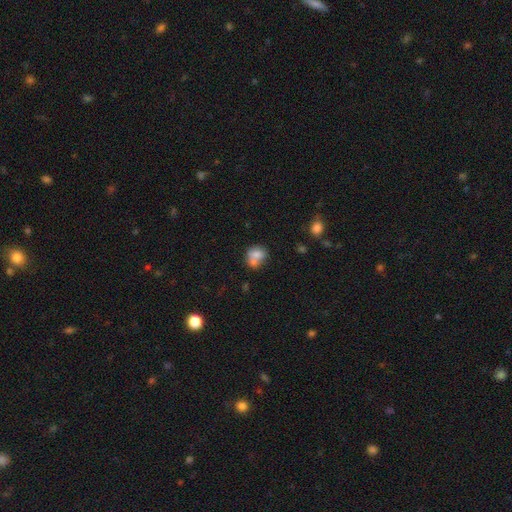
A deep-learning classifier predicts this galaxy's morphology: smooth_or_featured: smooth (p=0.75) [alt: featured or disk p=0.16]
how_rounded: round (p=0.54) [alt: in between p=0.45]
merging: merger (p=0.50) [alt: none p=0.32]